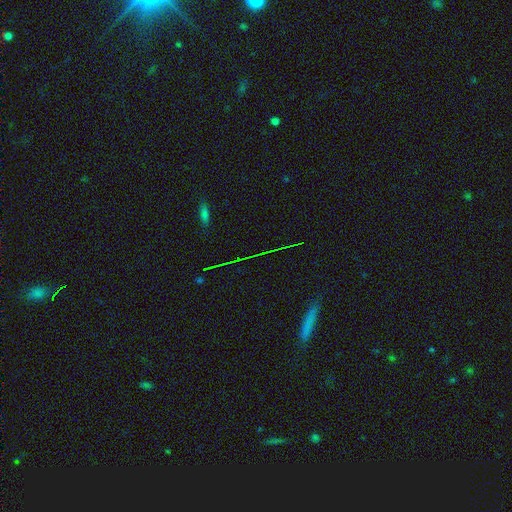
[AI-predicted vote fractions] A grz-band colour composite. It shows a star or artifact, not a galaxy (54%).